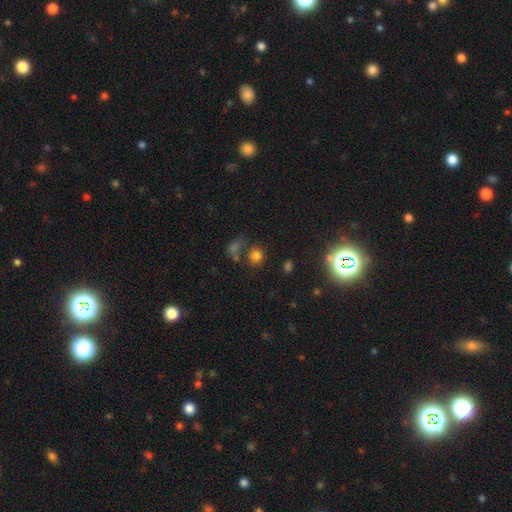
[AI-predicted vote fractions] Morphology: type=smooth (75%); roundness=round (81%); merging=none (67%).